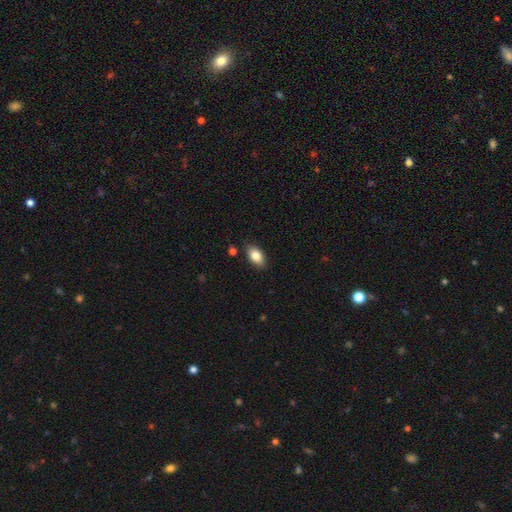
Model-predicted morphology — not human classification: A smooth galaxy with no disk features (83%) that is in between round and cigar-shaped (91%).

Vote fractions:
- Smooth or featured? smooth: 83% / featured or disk: 10% / star or artifact: 8%
- How rounded? in between: 91% / round: 6% / cigar-shaped: 3%
- Merging? none: 86% / minor disturbance: 10% / major disturbance: 2% / merger: 2%